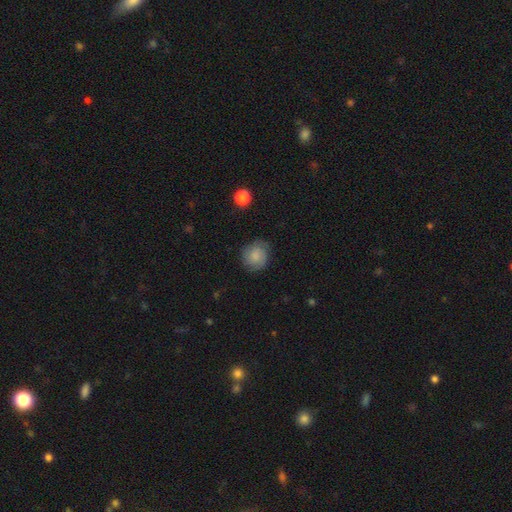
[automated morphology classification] Overall: smooth (64%; featured or disk 28%). How rounded: round (82%). Merging: none (76%).